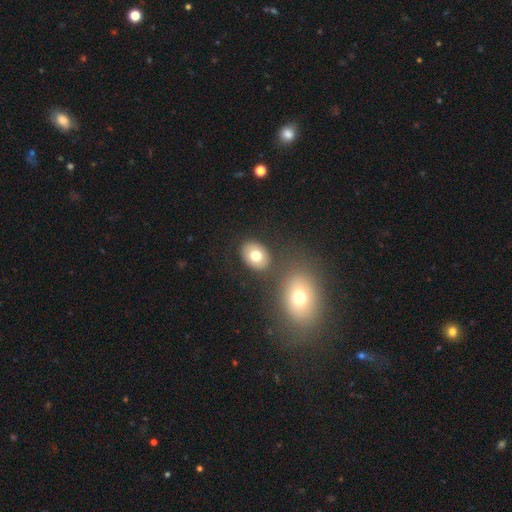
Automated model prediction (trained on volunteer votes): The model was most divided on "how rounded": in between: 61%, round: 38%, cigar-shaped: 1%. More confident: merging — none (79%); smooth or featured — smooth (75%).